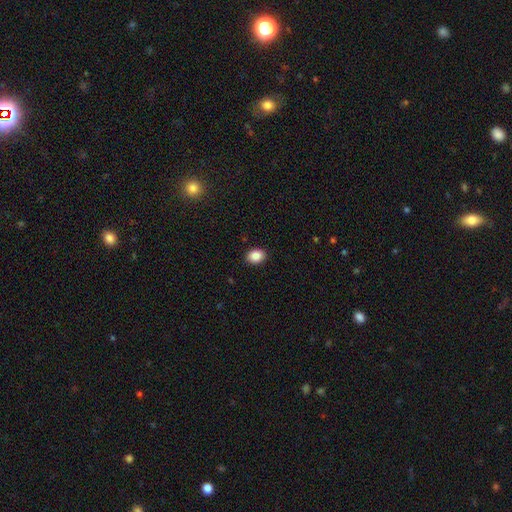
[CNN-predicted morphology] type=smooth (86%); roundness=in between (63%); merging=none (90%).